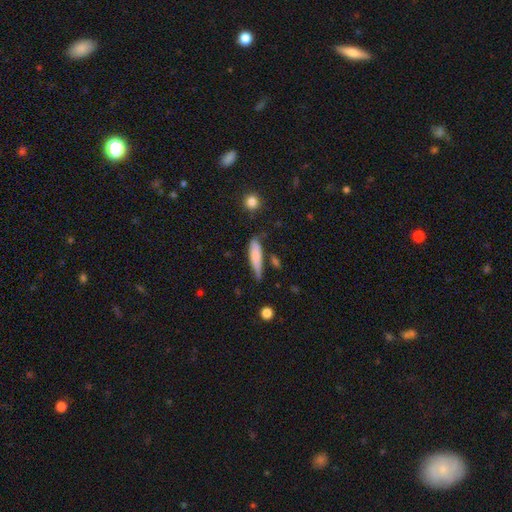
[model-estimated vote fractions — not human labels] Q: Smooth or featured?
A: smooth (74%); runner-up: featured or disk (20%)
Q: How rounded?
A: cigar-shaped (67%); runner-up: in between (31%)
Q: Merging?
A: none (54%); runner-up: minor disturbance (32%)